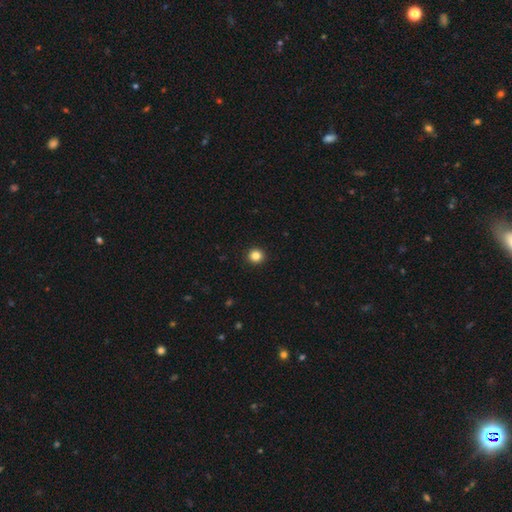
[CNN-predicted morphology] Smooth or featured? smooth (84%)
How rounded? round (94%)
Merging? none (93%)